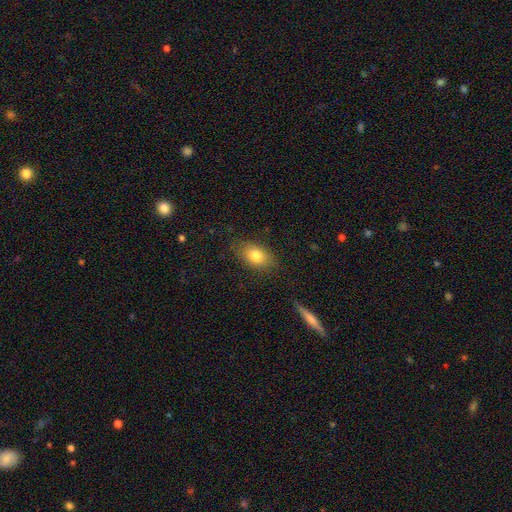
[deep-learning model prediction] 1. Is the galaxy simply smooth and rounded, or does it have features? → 79% smooth, 12% featured or disk, 9% star or artifact.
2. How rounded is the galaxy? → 83% in between, 14% round, 3% cigar-shaped.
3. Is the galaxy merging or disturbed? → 81% none, 14% minor disturbance, 4% major disturbance, 1% merger.